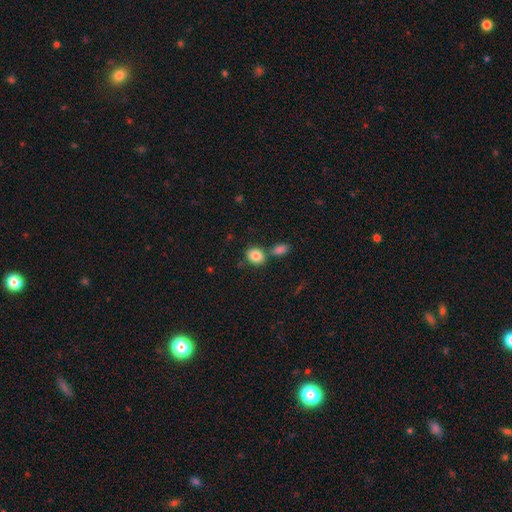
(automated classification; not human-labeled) Smooth or featured?
  - smooth: 85% *
  - star or artifact: 9%
  - featured or disk: 7%
How rounded?
  - round: 53% *
  - in between: 46%
  - cigar-shaped: 1%
Merging?
  - none: 63% *
  - merger: 22%
  - minor disturbance: 11%
  - major disturbance: 3%